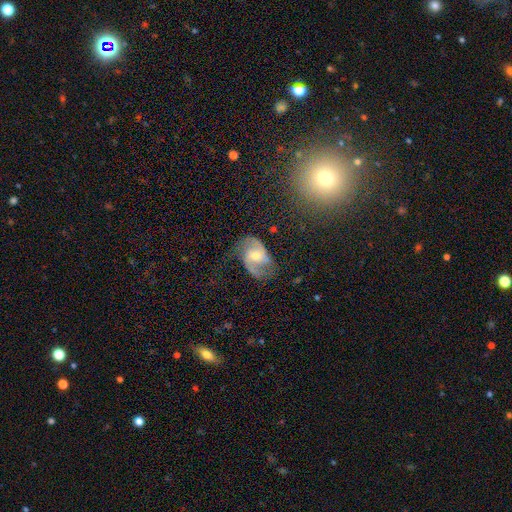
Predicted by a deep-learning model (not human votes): smooth_or_featured: featured or disk (p=0.80) [alt: smooth p=0.14]
disk_edge_on: no (p=0.97) [alt: yes p=0.03]
bar: no (p=0.44) [tied with: weak p=0.44]
has_spiral_arms: yes (p=0.94) [alt: no p=0.06]
spiral_winding: medium (p=0.44) [alt: loose p=0.42]
spiral_arm_count: 2 (p=0.88) [alt: can't tell p=0.05]
bulge_size: moderate (p=0.59) [alt: small p=0.34]
merging: none (p=0.64) [alt: minor disturbance p=0.22]